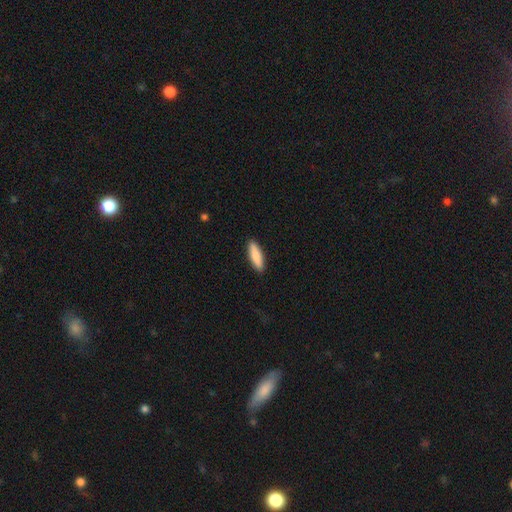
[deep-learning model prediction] Overall: smooth (83%). How rounded: cigar-shaped (62%; in between 36%). Merging: none (90%).